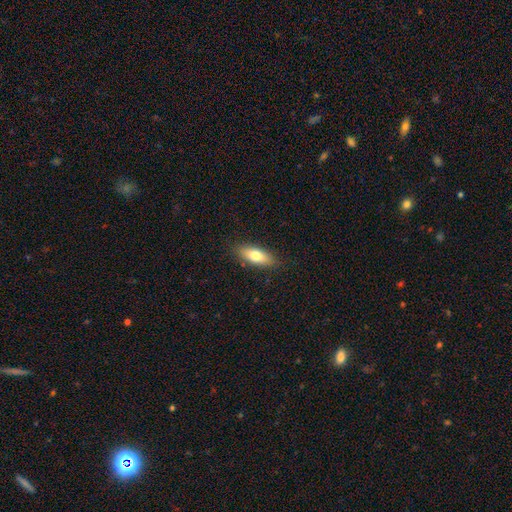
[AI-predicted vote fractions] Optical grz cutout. It shows a smooth galaxy with no disk features (74%) that is in between round and cigar-shaped (69%). Merging: none (86%).